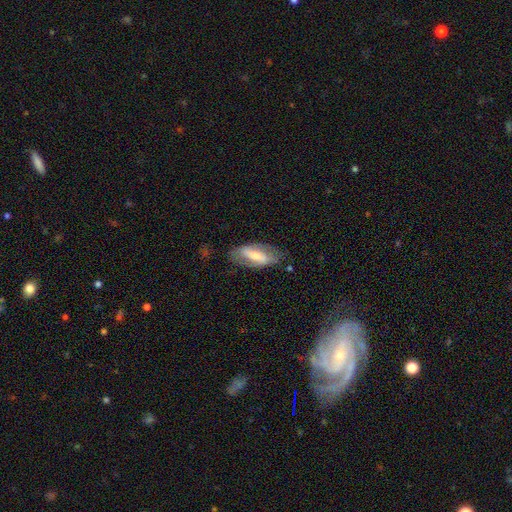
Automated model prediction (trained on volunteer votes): A featured or disk galaxy (57%).

Vote fractions:
- Smooth or featured? featured or disk: 57% / smooth: 37% / star or artifact: 6%
- Edge-on disk? no: 86% / yes: 14%
- Merging? none: 68% / minor disturbance: 21% / major disturbance: 9% / merger: 2%